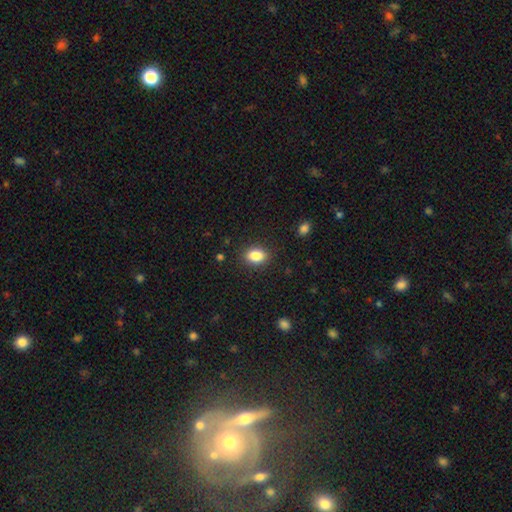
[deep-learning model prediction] This appears to be a smooth galaxy with no disk features (86%) that is in between round and cigar-shaped (76%). Merging: none (87%).